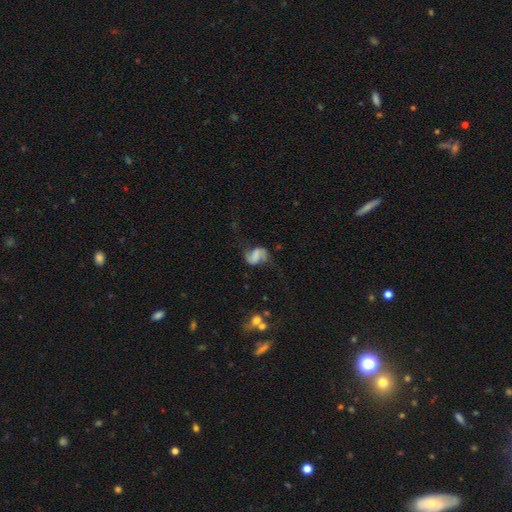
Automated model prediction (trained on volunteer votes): featured or disk 57%, smooth 33%, star or artifact 10%. Down the decision tree: edge-on disk — no (97%); bar — no (37%, tied with weak); spiral arms — yes (87%); bulge size — none (58%); merging — none (49%).